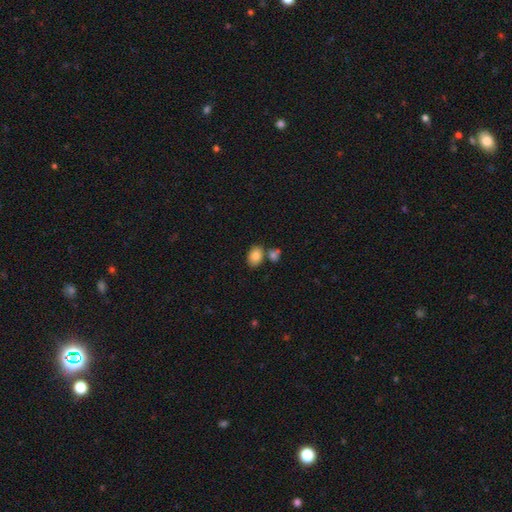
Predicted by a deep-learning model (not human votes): A smooth galaxy with no disk features (84%) that is in between round and cigar-shaped (75%).

Vote fractions:
- Smooth or featured? smooth: 84% / star or artifact: 8% / featured or disk: 7%
- How rounded? in between: 75% / round: 24% / cigar-shaped: 1%
- Merging? none: 67% / merger: 19% / minor disturbance: 11% / major disturbance: 3%